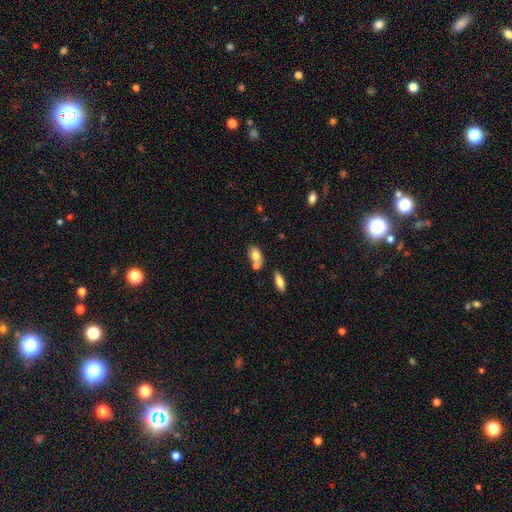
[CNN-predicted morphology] Smooth or featured: smooth — 75% (featured or disk — 17%)
How rounded: in between — 85% (round — 11%)
Merging: none — 43% (merger — 39%)